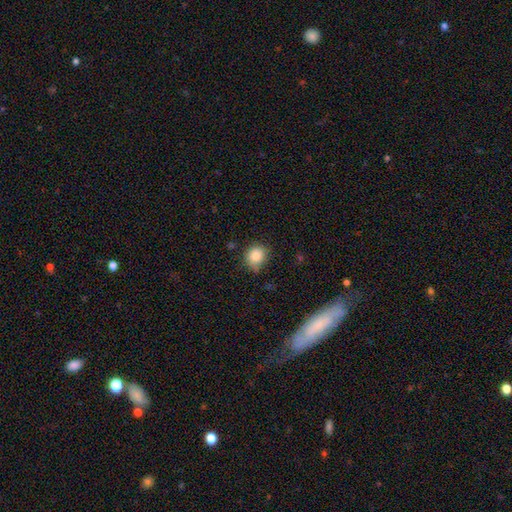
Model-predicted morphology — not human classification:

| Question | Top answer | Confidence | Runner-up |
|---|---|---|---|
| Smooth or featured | smooth | 85% | star or artifact (10%) |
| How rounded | round | 76% | in between (23%) |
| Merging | none | 71% | minor disturbance (22%) |